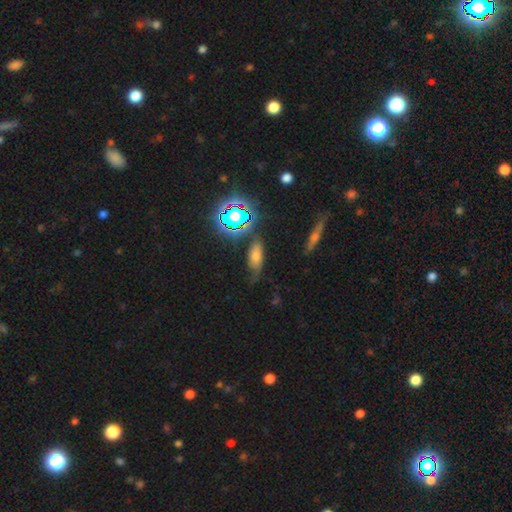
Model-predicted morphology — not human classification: A smooth galaxy with no disk features (58%) that is in between round and cigar-shaped (81%). Merging: none (53%).